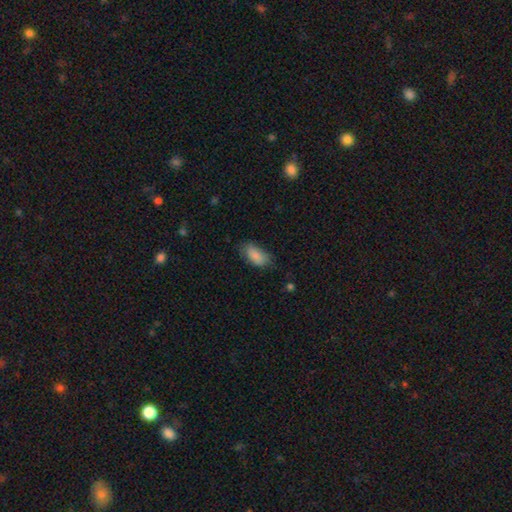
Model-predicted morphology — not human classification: type=smooth (86%); roundness=in between (92%); merging=none (67%).